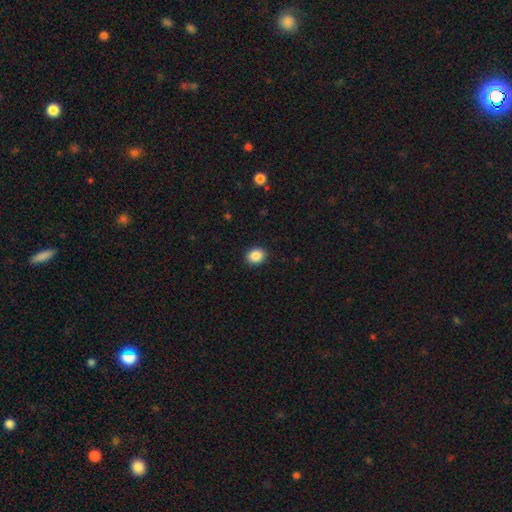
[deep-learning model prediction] smooth-or-featured: smooth: 88% | star or artifact: 9% | featured or disk: 3%
  how-rounded: round: 59% | in between: 40% | cigar-shaped: 1%
  merging: none: 91% | minor disturbance: 6% | major disturbance: 2% | merger: 1%